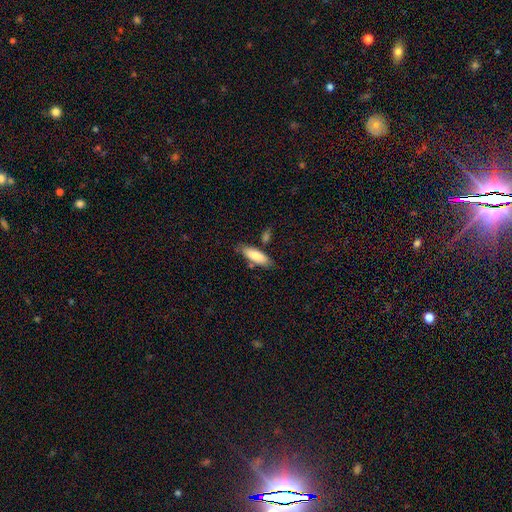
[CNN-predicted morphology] The model was most divided on "how rounded": in between: 63%, cigar-shaped: 35%, round: 2%. More confident: smooth or featured — smooth (80%); merging — none (74%).